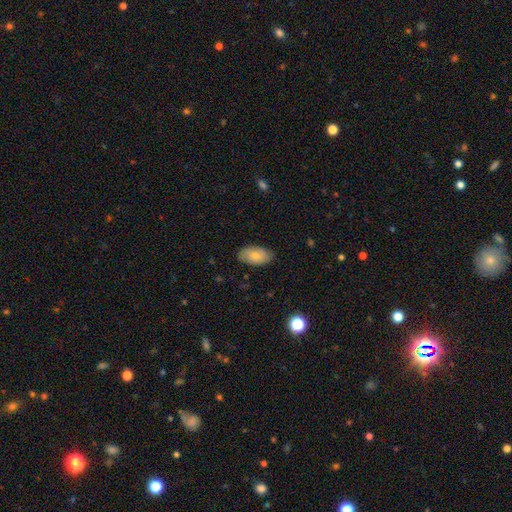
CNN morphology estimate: Smooth or featured? smooth (73%)
How rounded? in between (94%)
Merging? none (83%)